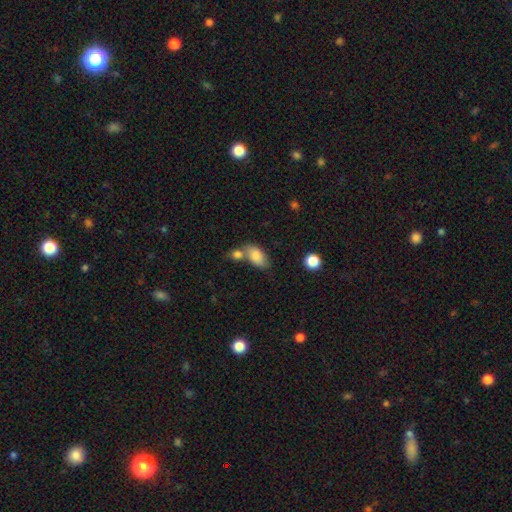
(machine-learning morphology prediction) A smooth galaxy with no disk features (84%) that is in between round and cigar-shaped (92%). Merging: none (47%).